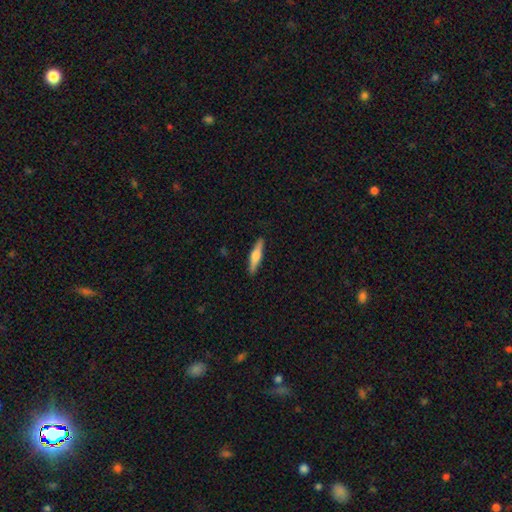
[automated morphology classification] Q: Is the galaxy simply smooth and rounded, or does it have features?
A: smooth — 48%.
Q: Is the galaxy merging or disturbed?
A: none — 90%.